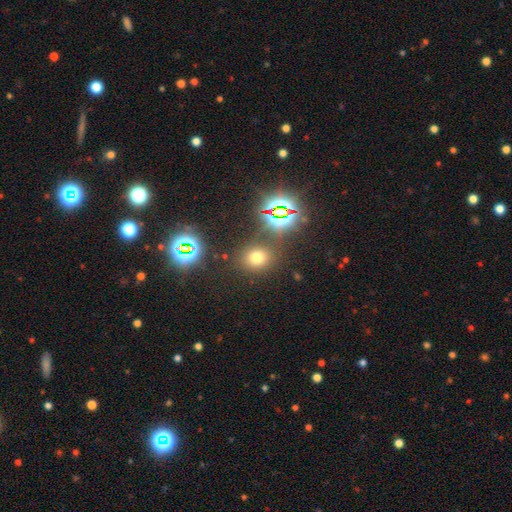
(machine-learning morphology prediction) This appears to be a star or artifact, not a galaxy (56%).